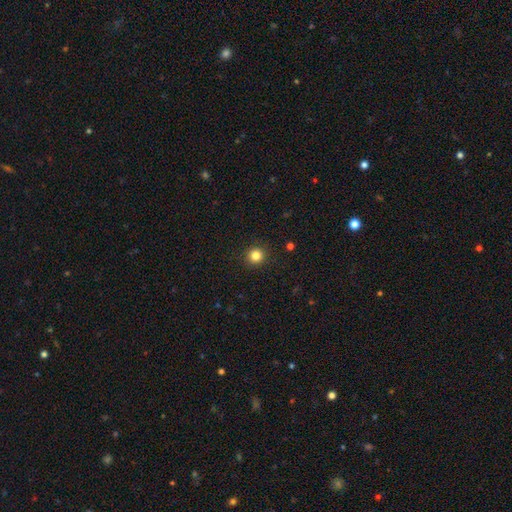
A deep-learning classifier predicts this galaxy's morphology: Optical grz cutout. It shows a smooth galaxy with no disk features (83%) that is round (93%). Merging: none (92%).